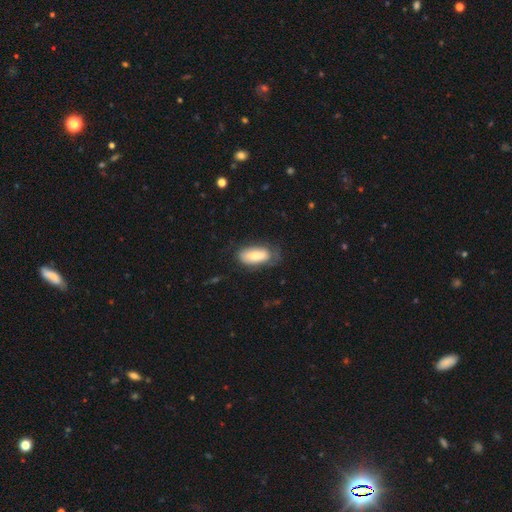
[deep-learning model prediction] smooth-or-featured: smooth: 77% | featured or disk: 17% | star or artifact: 6%
  how-rounded: in between: 84% | cigar-shaped: 14% | round: 2%
  merging: none: 59% | minor disturbance: 27% | major disturbance: 12% | merger: 2%